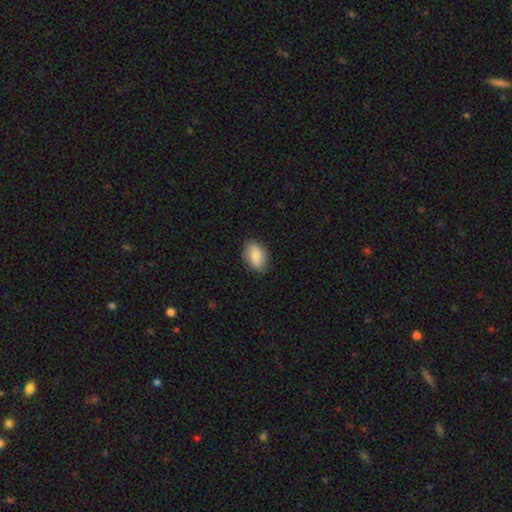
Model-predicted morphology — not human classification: This appears to be a smooth galaxy with no disk features (77%) that is in between round and cigar-shaped (87%). Merging: none (80%).